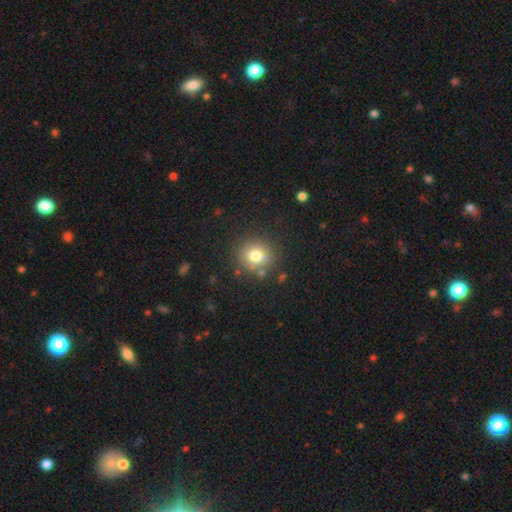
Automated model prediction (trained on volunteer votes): This is likely a smooth galaxy (77%). How rounded: clearly round (83%). Merging: clearly none (81%).